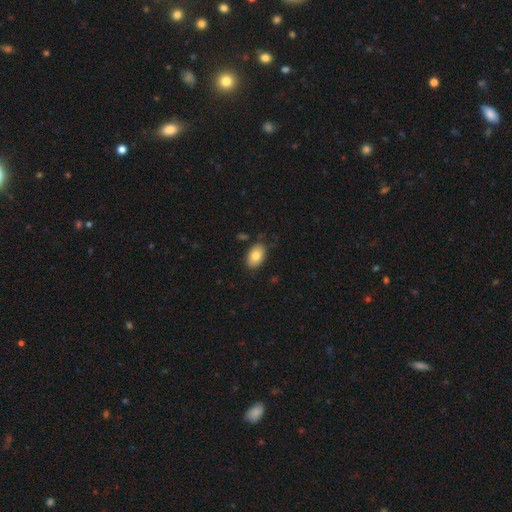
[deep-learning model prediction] Smooth or featured?
  - smooth: 81% *
  - featured or disk: 11%
  - star or artifact: 7%
How rounded?
  - in between: 88% *
  - round: 11%
  - cigar-shaped: 1%
Merging?
  - none: 84% *
  - minor disturbance: 12%
  - major disturbance: 2%
  - merger: 2%